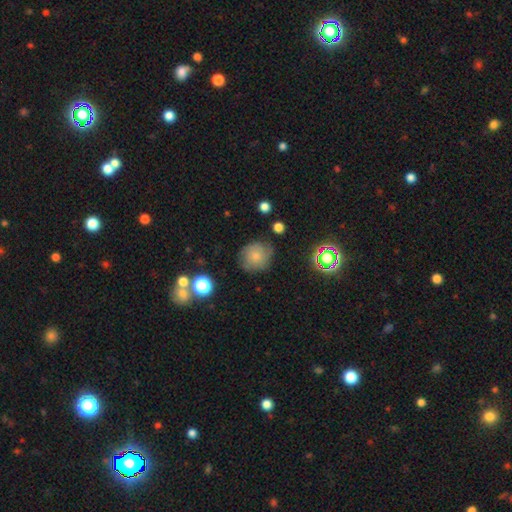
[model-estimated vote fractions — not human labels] Smooth or featured? Predicted: smooth (p=0.67). How rounded? Predicted: round (p=0.86). Merging? Predicted: none (p=0.72).